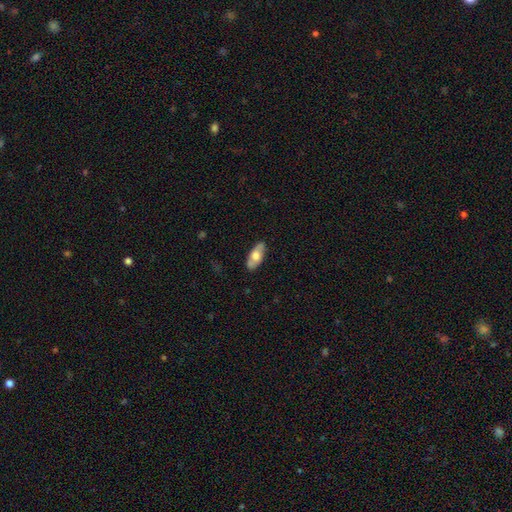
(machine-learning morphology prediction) smooth_or_featured: smooth (p=0.58) [alt: featured or disk p=0.36]
how_rounded: in between (p=0.83) [alt: cigar-shaped p=0.14]
merging: none (p=0.83) [alt: minor disturbance p=0.13]